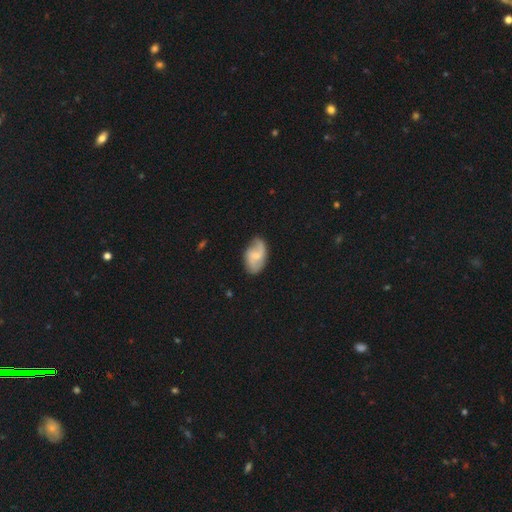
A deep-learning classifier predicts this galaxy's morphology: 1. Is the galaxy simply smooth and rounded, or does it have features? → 60% featured or disk, 33% smooth, 6% star or artifact.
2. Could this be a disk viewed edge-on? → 96% no, 4% yes.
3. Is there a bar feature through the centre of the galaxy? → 48% weak, 43% no, 9% strong.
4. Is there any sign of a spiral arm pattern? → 89% yes, 11% no.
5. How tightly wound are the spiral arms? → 49% loose, 37% medium, 14% tight.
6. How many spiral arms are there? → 77% 2, 10% can't tell, 9% 1, 2% 3, 1% 4, 1% more than 4.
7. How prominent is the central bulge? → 52% small, 34% moderate, 10% none, 2% large, 1% dominant.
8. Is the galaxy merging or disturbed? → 70% none, 21% minor disturbance, 7% major disturbance, 2% merger.